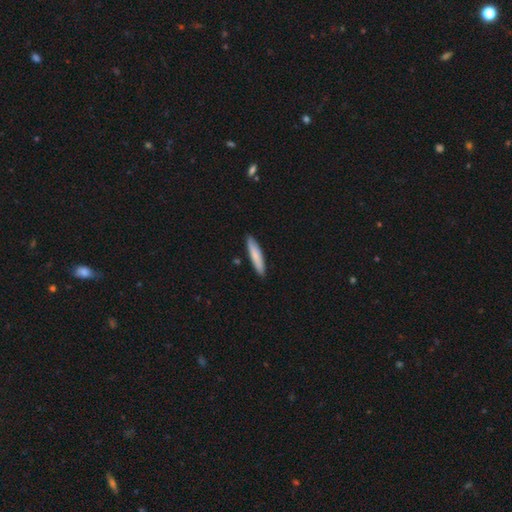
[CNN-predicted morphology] The model was most divided on "smooth or featured": smooth: 79%, featured or disk: 15%, star or artifact: 5%. More confident: merging — none (89%); how rounded — cigar-shaped (88%).